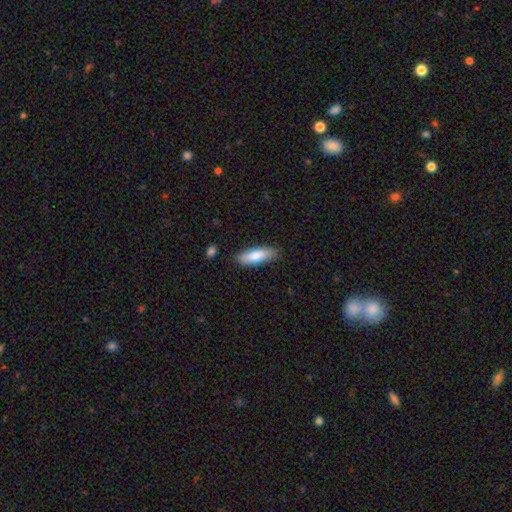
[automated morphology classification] The model was most divided on "how rounded": in between: 55%, cigar-shaped: 43%, round: 2%. More confident: merging — none (85%); smooth or featured — smooth (81%).